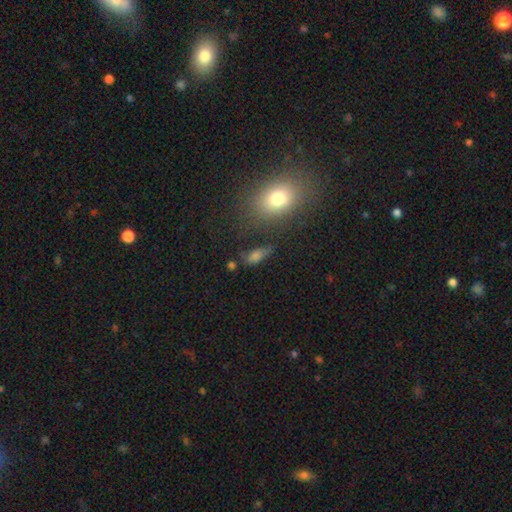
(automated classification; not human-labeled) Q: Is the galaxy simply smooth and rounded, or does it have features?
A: smooth — 69%.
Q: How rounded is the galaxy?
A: in between — 72%.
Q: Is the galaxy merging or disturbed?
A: none — 64%.